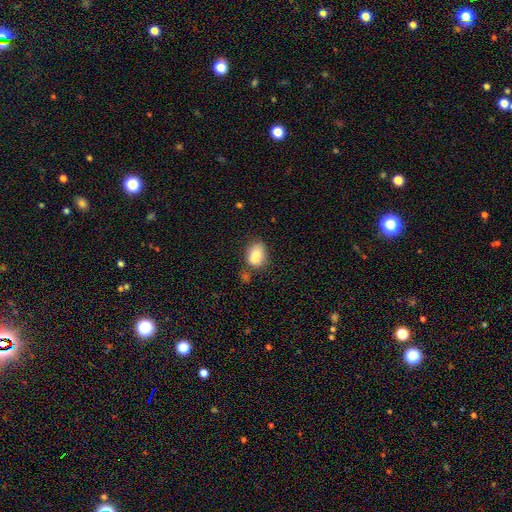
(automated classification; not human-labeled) A smooth galaxy with no disk features (85%) that is in between round and cigar-shaped (79%).

Vote fractions:
- Smooth or featured? smooth: 85% / star or artifact: 8% / featured or disk: 7%
- How rounded? in between: 79% / round: 20% / cigar-shaped: 1%
- Merging? none: 60% / minor disturbance: 23% / merger: 11% / major disturbance: 6%